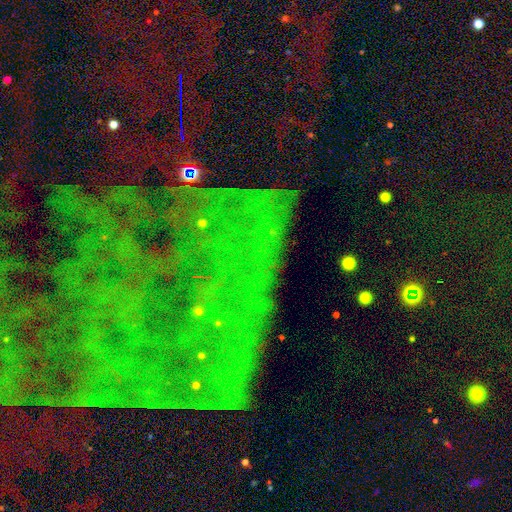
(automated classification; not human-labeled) smooth-or-featured: star or artifact: 78% | featured or disk: 12% | smooth: 10%